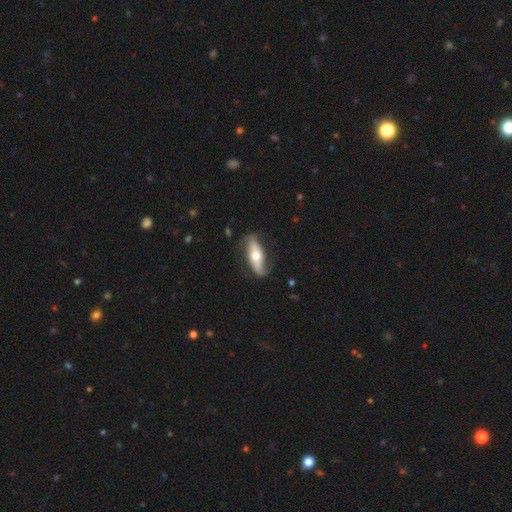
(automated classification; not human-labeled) Smooth or featured? featured or disk (59%)
Edge-on disk? no (63%)
Merging? none (71%)